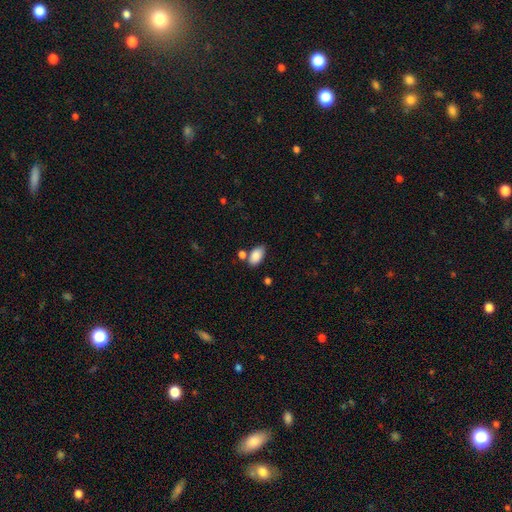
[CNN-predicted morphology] type=smooth (86%); roundness=in between (93%); merging=none (66%).